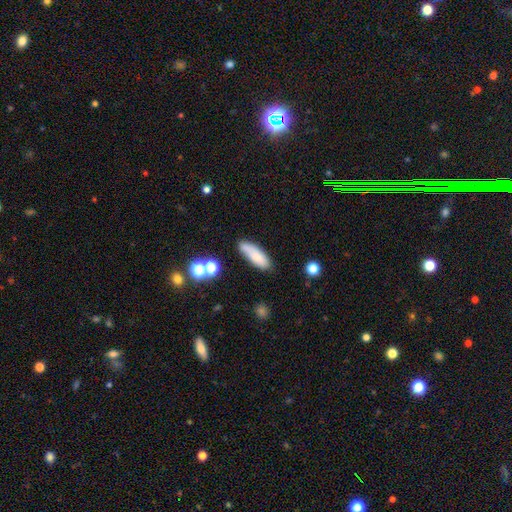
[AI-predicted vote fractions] Smooth or featured?
  - smooth: 77% *
  - featured or disk: 15%
  - star or artifact: 9%
How rounded?
  - in between: 53% *
  - cigar-shaped: 45%
  - round: 2%
Merging?
  - none: 68% *
  - minor disturbance: 19%
  - merger: 7%
  - major disturbance: 5%